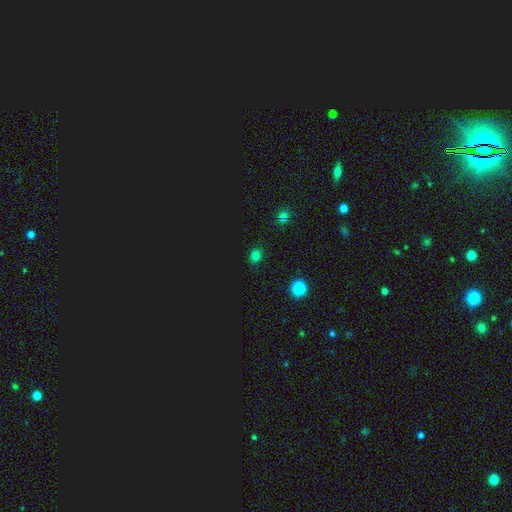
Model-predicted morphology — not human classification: type=smooth (68%); roundness=round (72%); merging=none (86%).